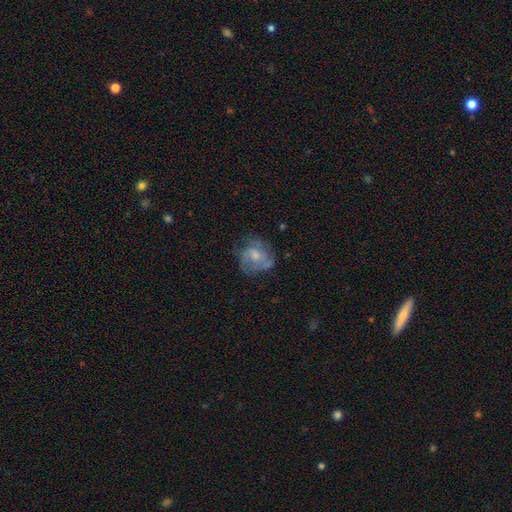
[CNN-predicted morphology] Smooth or featured? Predicted: featured or disk (p=0.47). Merging? Predicted: none (p=0.53).